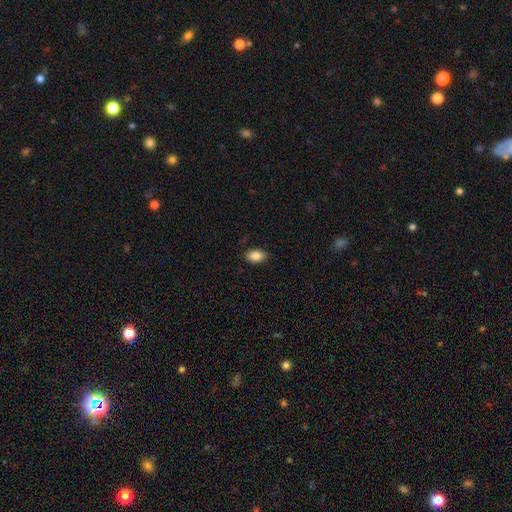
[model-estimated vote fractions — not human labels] Smooth or featured? smooth (87%)
How rounded? in between (89%)
Merging? none (88%)